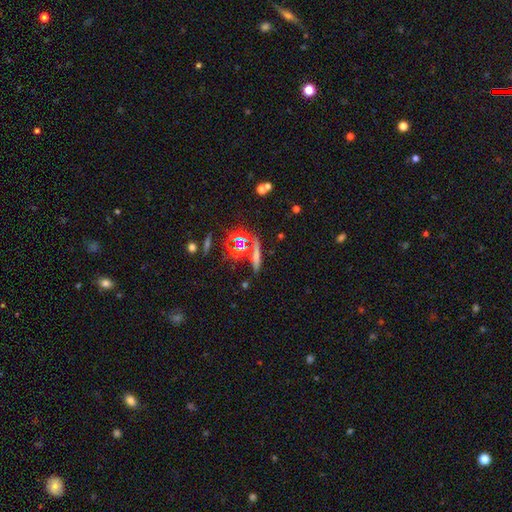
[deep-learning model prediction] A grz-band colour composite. It shows a smooth galaxy with no disk features (51%) that is cigar-shaped (78%). Merging: none (74%).